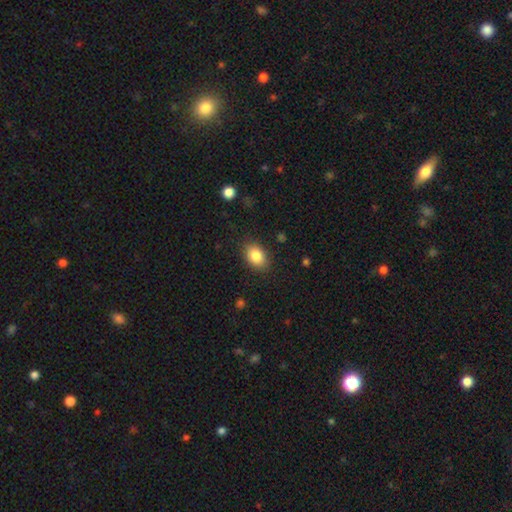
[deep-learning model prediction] Smooth or featured?
  - smooth: 86% *
  - star or artifact: 8%
  - featured or disk: 6%
How rounded?
  - in between: 80% *
  - round: 19%
  - cigar-shaped: 1%
Merging?
  - none: 86% *
  - minor disturbance: 10%
  - major disturbance: 3%
  - merger: 1%